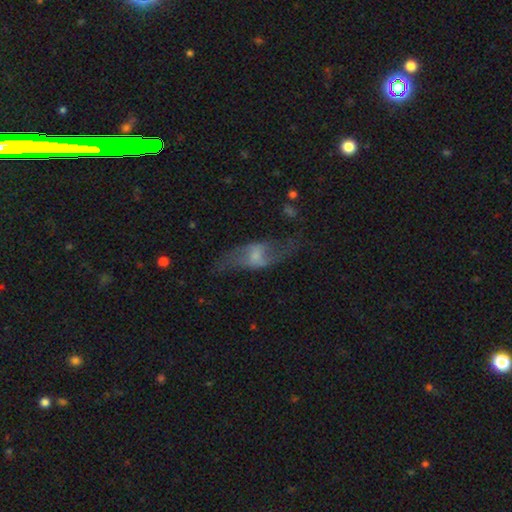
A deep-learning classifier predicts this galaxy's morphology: This appears to be a featured or disk galaxy (65%) with a weak bar (44%), spiral arms (73%) and a small central bulge (35%). Merging: none (55%).